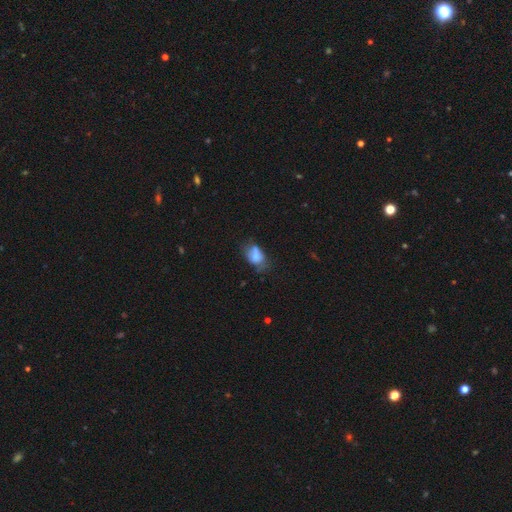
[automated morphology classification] Overall: smooth (67%). How rounded: in between (77%). Merging: none (35%; minor disturbance 33%).